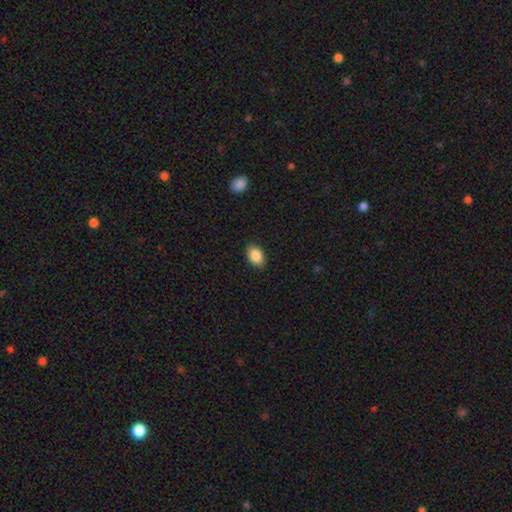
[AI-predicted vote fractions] This is clearly a smooth galaxy (87%). How rounded: clearly in between (85%). Merging: clearly none (88%).